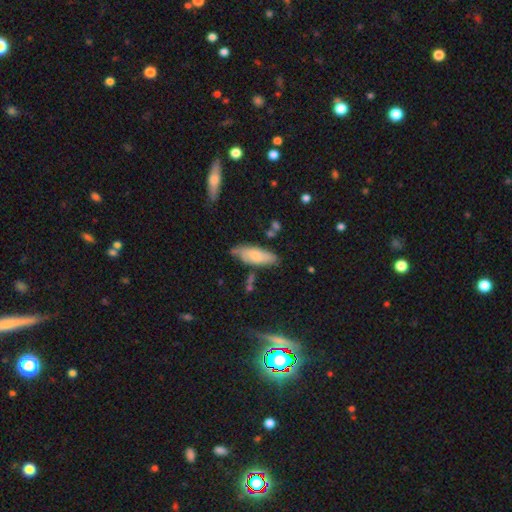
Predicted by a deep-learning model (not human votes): Smooth or featured? Predicted: smooth (p=0.66). How rounded? Predicted: in between (p=0.67). Merging? Predicted: none (p=0.61).